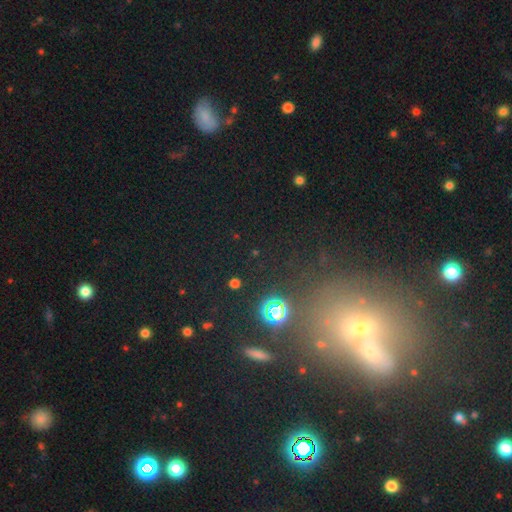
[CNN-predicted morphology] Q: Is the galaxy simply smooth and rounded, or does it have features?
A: star or artifact — 48%.